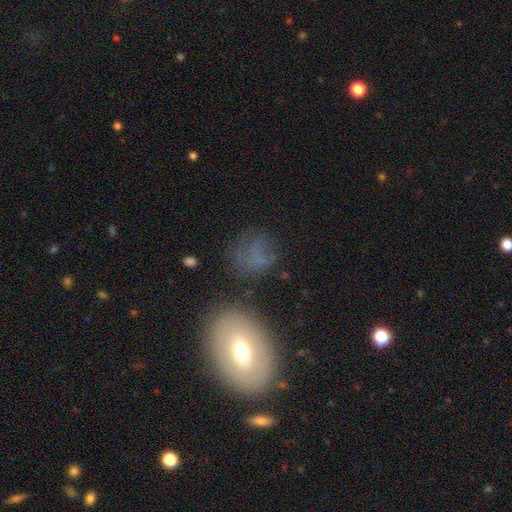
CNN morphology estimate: Smooth or featured?
  - smooth: 58% *
  - featured or disk: 23%
  - star or artifact: 19%
How rounded?
  - round: 55% *
  - in between: 43%
  - cigar-shaped: 2%
Merging?
  - none: 55% *
  - minor disturbance: 21%
  - major disturbance: 17%
  - merger: 7%